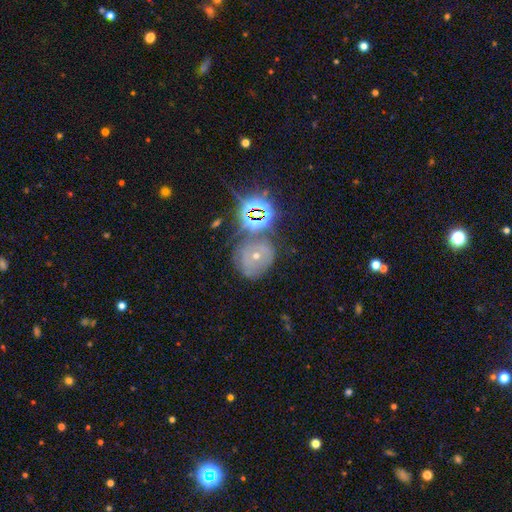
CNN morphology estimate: The model was most divided on "smooth or featured": featured or disk: 38%, star or artifact: 34%, smooth: 28%. More confident: merging — none (61%).